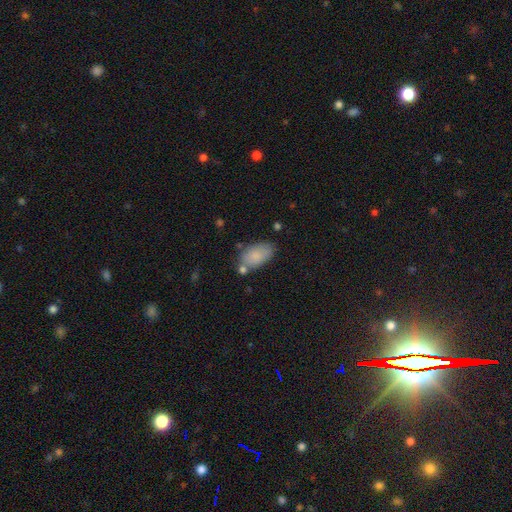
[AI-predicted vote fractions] A smooth galaxy with no disk features (84%) that is in between round and cigar-shaped (93%). Merging: none (63%).